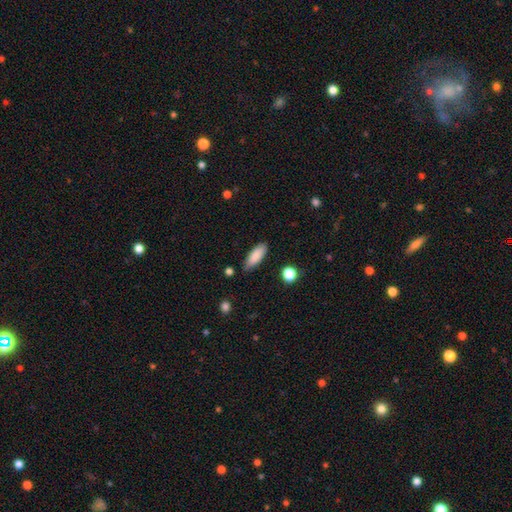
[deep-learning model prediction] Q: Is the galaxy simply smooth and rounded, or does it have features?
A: smooth — 87%.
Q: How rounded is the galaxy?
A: in between — 67%.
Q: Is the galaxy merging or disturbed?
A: none — 84%.